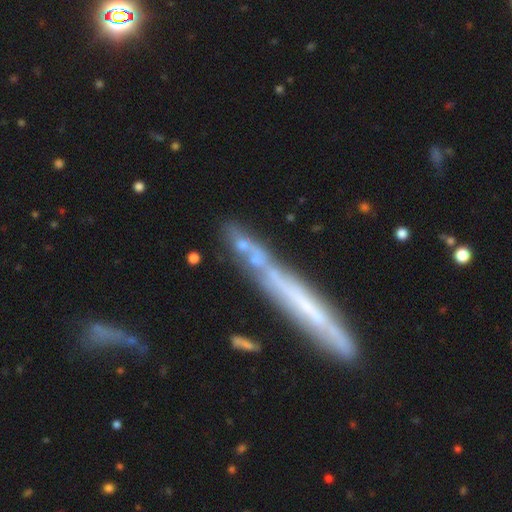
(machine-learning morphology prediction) Overall: featured or disk (41%; smooth 37%). Merging: none (46%; merger 29%).